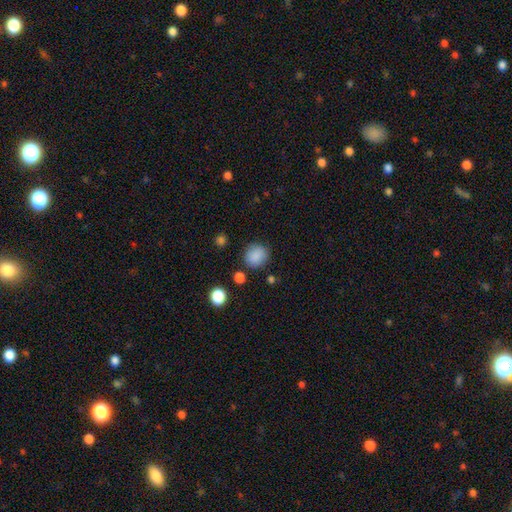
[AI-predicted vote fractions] Overall: smooth (86%). How rounded: round (79%). Merging: none (82%).